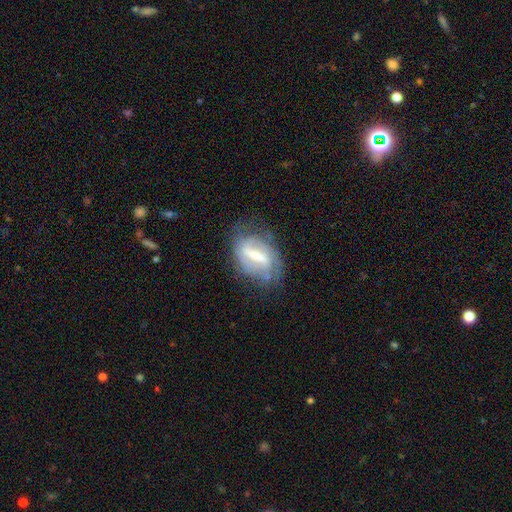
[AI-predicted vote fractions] Smooth or featured?
  - featured or disk: 68% *
  - smooth: 24%
  - star or artifact: 8%
Edge-on disk?
  - no: 91% *
  - yes: 9%
Bar?
  - strong: 66% *
  - weak: 26%
  - no: 8%
Spiral arms?
  - yes: 67% *
  - no: 33%
Bulge size?
  - moderate: 37% *
  - small: 29%
  - none: 21%
  - large: 11%
  - dominant: 2%
Merging?
  - none: 56% *
  - minor disturbance: 26%
  - major disturbance: 14%
  - merger: 3%